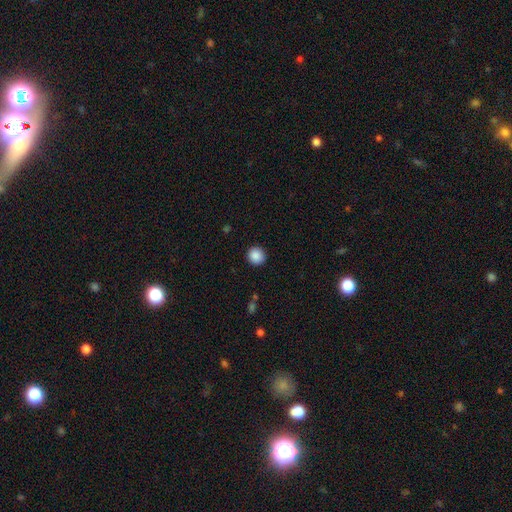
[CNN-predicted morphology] A smooth galaxy with no disk features (88%) that is round (93%). Merging: none (92%).